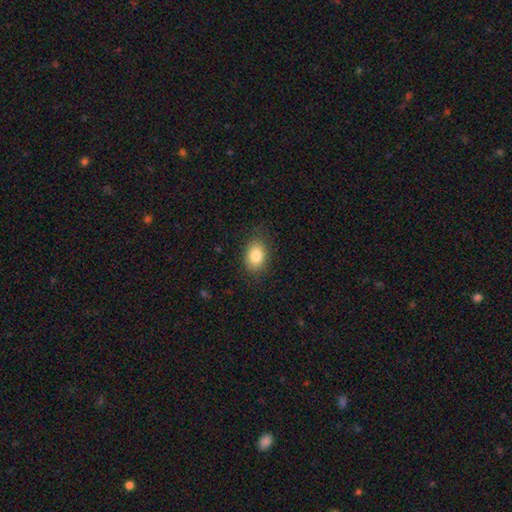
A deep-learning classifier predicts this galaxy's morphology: This appears to be a smooth galaxy with no disk features (83%) that is in between round and cigar-shaped (79%). Merging: none (83%).